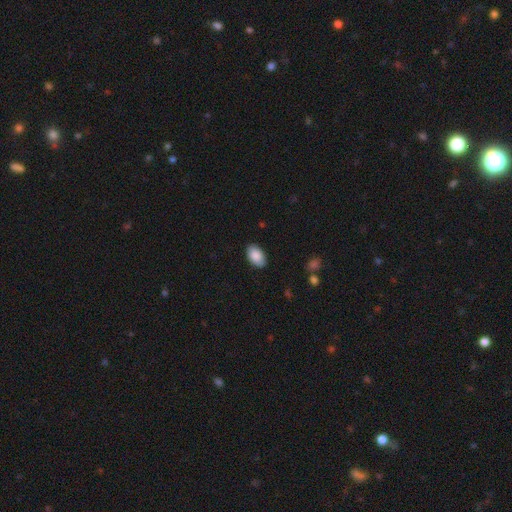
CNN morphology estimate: Smooth or featured? Predicted: smooth (p=0.88). How rounded? Predicted: in between (p=0.93). Merging? Predicted: none (p=0.87).